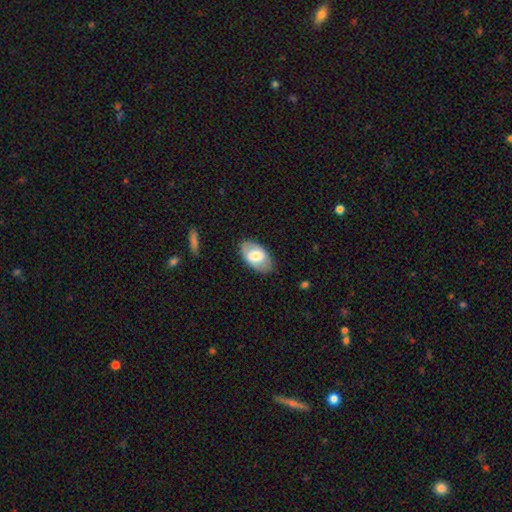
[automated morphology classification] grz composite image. It shows a smooth galaxy with no disk features (62%) that is in between round and cigar-shaped (94%). Merging: none (82%).